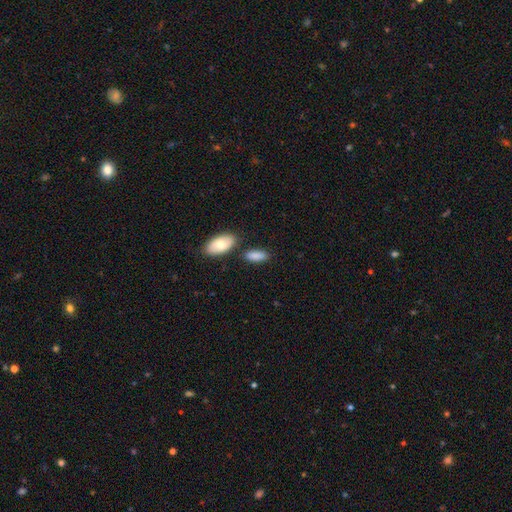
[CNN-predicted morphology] smooth-or-featured: smooth: 86% | featured or disk: 8% | star or artifact: 6%
  how-rounded: in between: 84% | cigar-shaped: 14% | round: 3%
  merging: none: 75% | minor disturbance: 12% | merger: 10% | major disturbance: 3%